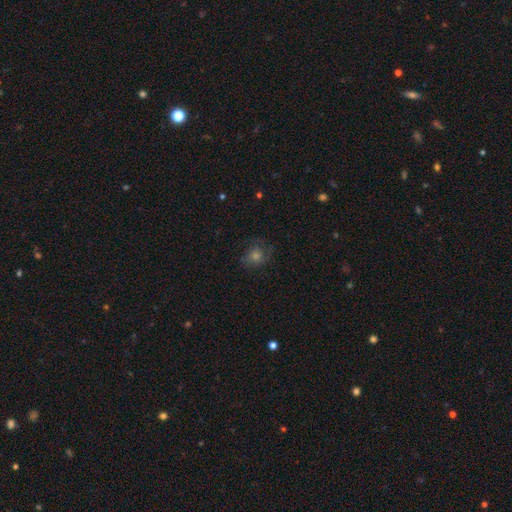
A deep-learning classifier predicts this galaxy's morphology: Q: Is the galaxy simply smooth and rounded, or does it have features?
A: smooth — 47%.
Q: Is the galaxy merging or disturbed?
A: none — 72%.